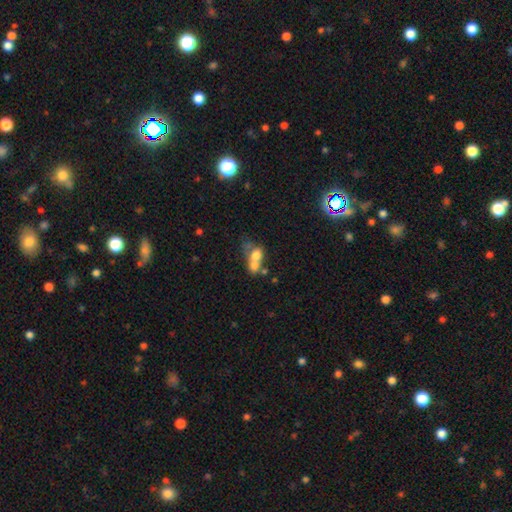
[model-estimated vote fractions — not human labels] This appears to be a smooth galaxy with no disk features (63%) that is in between round and cigar-shaped (58%). Merging: merger (67%).